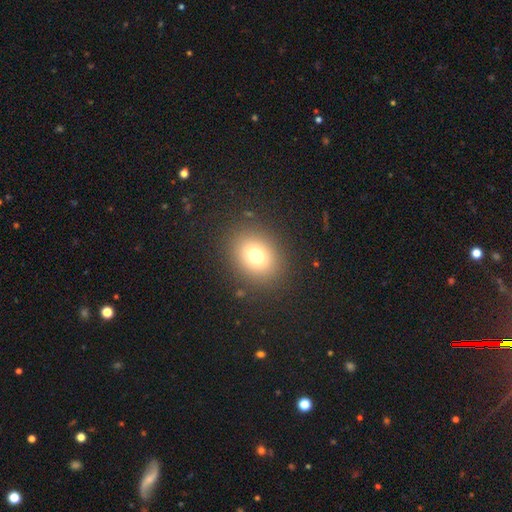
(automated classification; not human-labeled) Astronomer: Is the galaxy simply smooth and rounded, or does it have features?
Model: smooth — 74%.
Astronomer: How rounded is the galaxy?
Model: round — 60% (runner-up: in between, 39%).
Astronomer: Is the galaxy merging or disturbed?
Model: none — 87%.